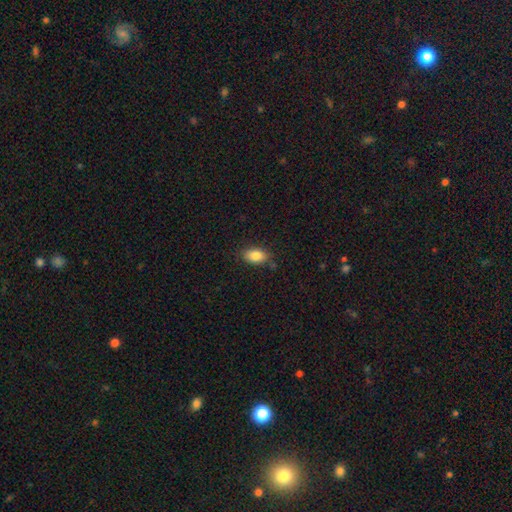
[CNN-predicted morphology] Smooth or featured?
  - smooth: 84% *
  - star or artifact: 8%
  - featured or disk: 8%
How rounded?
  - in between: 89% *
  - round: 8%
  - cigar-shaped: 3%
Merging?
  - none: 81% *
  - minor disturbance: 14%
  - major disturbance: 3%
  - merger: 2%